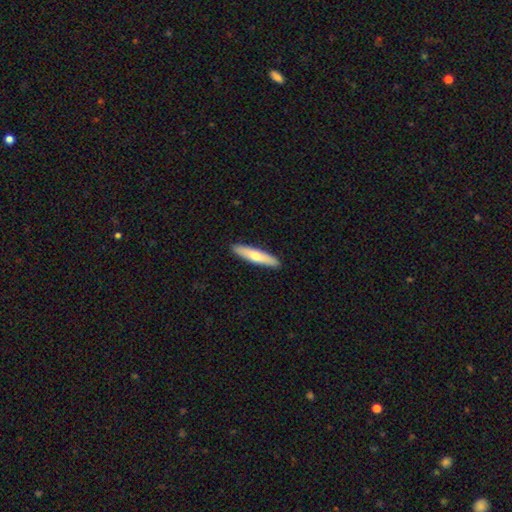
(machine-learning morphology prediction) type=smooth (64%); roundness=cigar-shaped (85%); merging=none (92%).